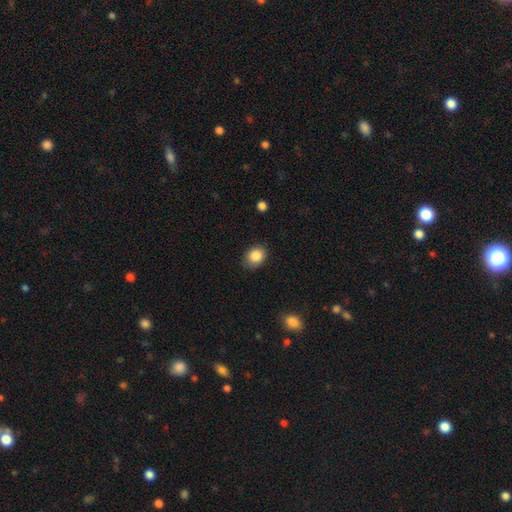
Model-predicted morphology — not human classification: A smooth galaxy with no disk features (86%) that is in between round and cigar-shaped (55%). Merging: none (81%).